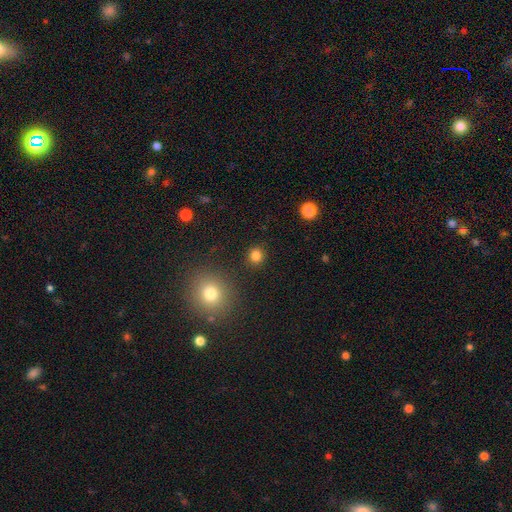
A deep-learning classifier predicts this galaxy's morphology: smooth 82%, star or artifact 14%, featured or disk 4%. Down the decision tree: how rounded — round (90%); merging — none (90%).